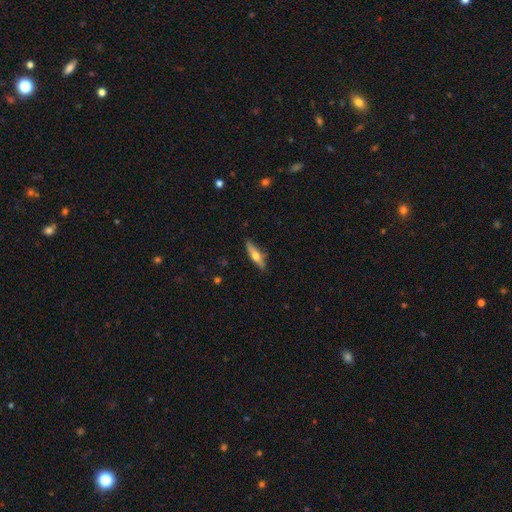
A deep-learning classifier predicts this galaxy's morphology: smooth_or_featured: smooth (p=0.50) [alt: featured or disk p=0.44]
merging: none (p=0.78) [alt: minor disturbance p=0.16]